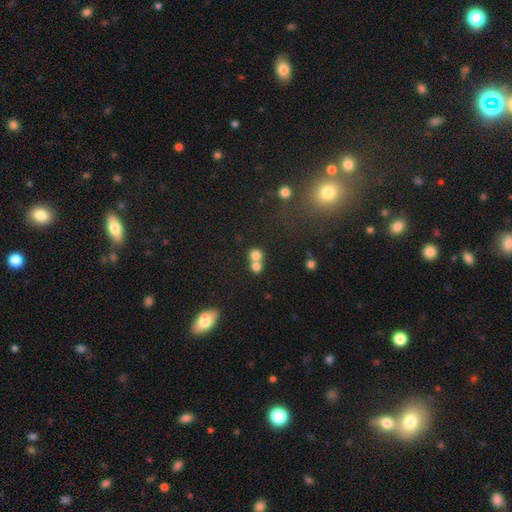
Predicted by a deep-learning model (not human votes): Smooth or featured? Predicted: smooth (p=0.76). How rounded? Predicted: round (p=0.82). Merging? Predicted: merger (p=0.58).